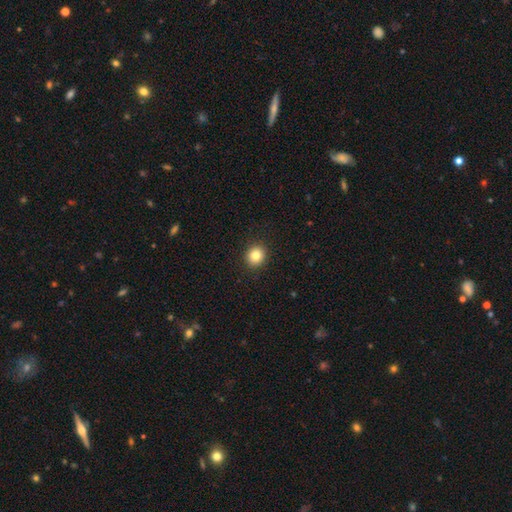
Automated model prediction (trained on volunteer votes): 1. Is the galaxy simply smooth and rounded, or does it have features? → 83% smooth, 11% star or artifact, 7% featured or disk.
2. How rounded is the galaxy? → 84% round, 15% in between, 1% cigar-shaped.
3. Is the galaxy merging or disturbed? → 92% none, 5% minor disturbance, 2% major disturbance, 1% merger.